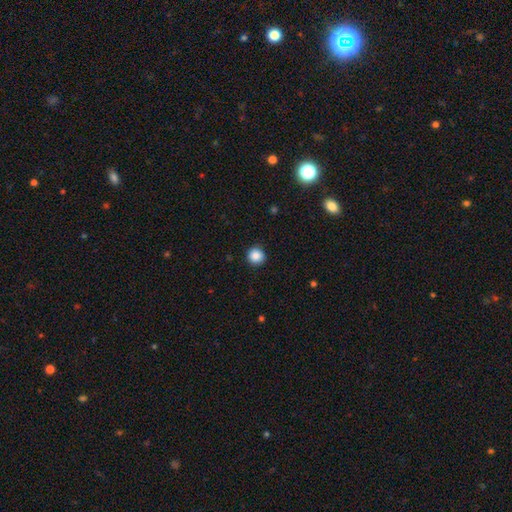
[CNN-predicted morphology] Smooth or featured: smooth — 87% (star or artifact — 10%)
How rounded: round — 94% (in between — 6%)
Merging: none — 91% (minor disturbance — 6%)